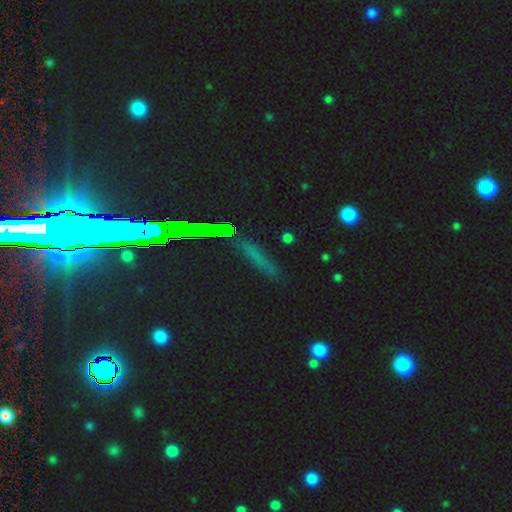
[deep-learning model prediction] smooth_or_featured: star or artifact (p=0.59) [alt: smooth p=0.24]